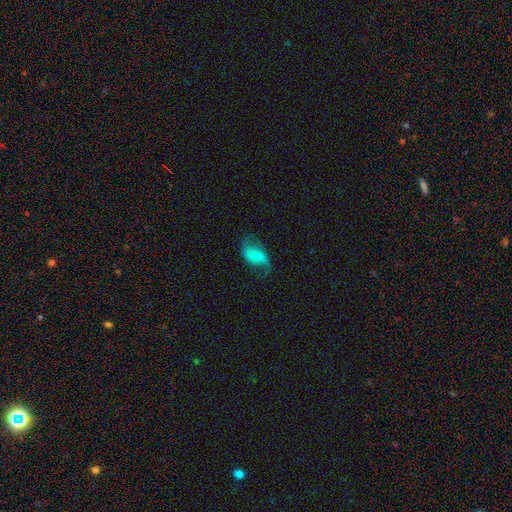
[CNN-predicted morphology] A featured or disk galaxy (55%) with a weak bar (40%), spiral arms (86%) and no central bulge (57%). Merging: none (54%).